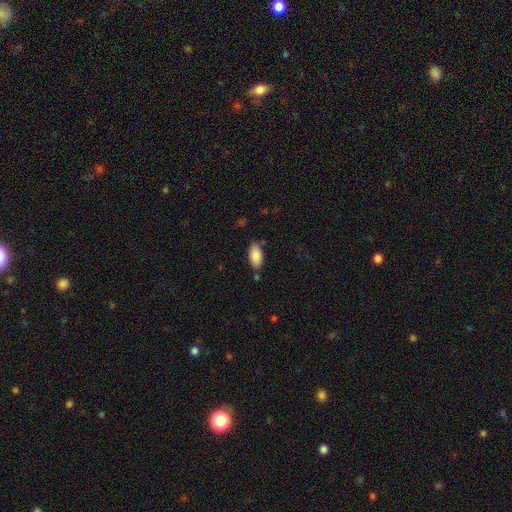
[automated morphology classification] Overall: smooth (87%). How rounded: in between (93%). Merging: none (77%).